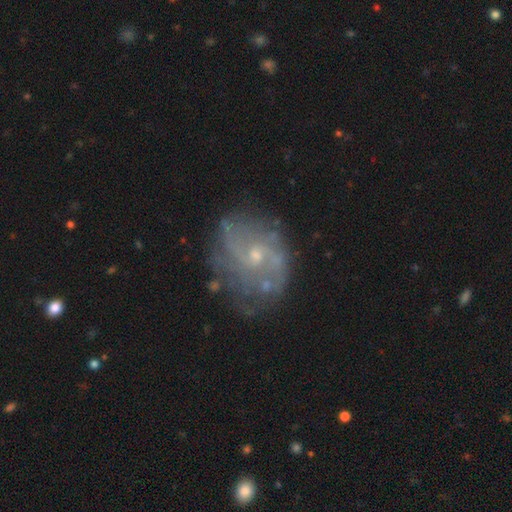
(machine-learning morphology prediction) Smooth or featured?
  - featured or disk: 76% *
  - smooth: 14%
  - star or artifact: 10%
Edge-on disk?
  - no: 97% *
  - yes: 3%
Bar?
  - no: 67% *
  - weak: 29%
  - strong: 4%
Spiral arms?
  - yes: 77% *
  - no: 23%
Spiral winding?
  - medium: 39% *
  - loose: 34%
  - tight: 27%
Spiral arm count?
  - can't tell: 39% *
  - 2: 35%
  - 3: 11%
  - 4: 6%
  - 1: 6%
  - more than 4: 5%
Bulge size?
  - small: 67% *
  - moderate: 27%
  - none: 4%
  - large: 1%
  - dominant: 1%
Merging?
  - none: 63% *
  - minor disturbance: 20%
  - major disturbance: 13%
  - merger: 3%